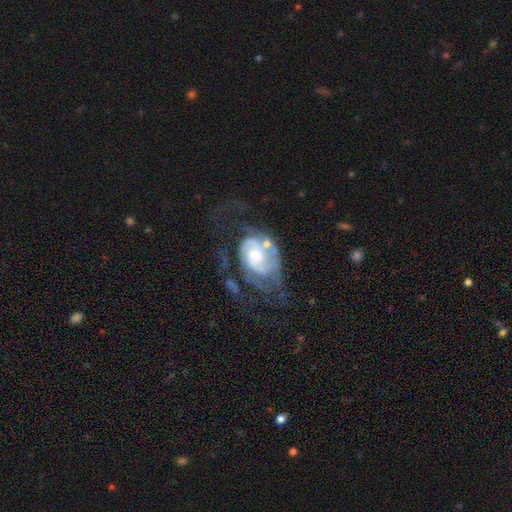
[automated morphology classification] smooth-or-featured: featured or disk: 84% | smooth: 10% | star or artifact: 6%
  disk-edge-on: no: 97% | yes: 3%
    bar: no: 67% | weak: 28% | strong: 5%
    has-spiral-arms: yes: 93% | no: 7%
      spiral-winding: tight: 50% | medium: 37% | loose: 14%
      spiral-arm-count: 2: 57% | can't tell: 20% | 3: 9% | 1: 8% | 4: 3% | more than 4: 3%
    bulge-size: moderate: 56% | small: 31% | large: 9% | none: 3% | dominant: 1%
  merging: none: 38% | major disturbance: 32% | minor disturbance: 21% | merger: 9%